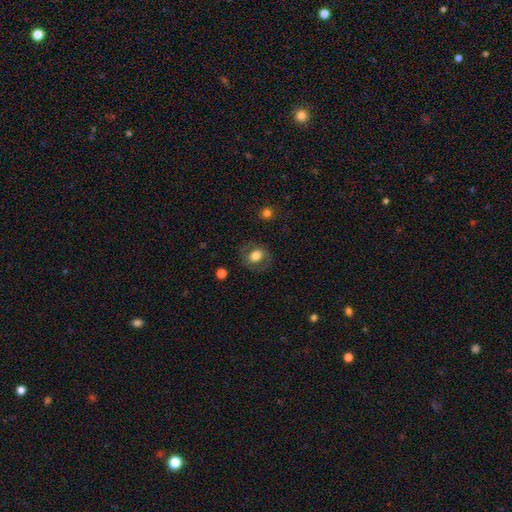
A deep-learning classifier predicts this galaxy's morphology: Overall: smooth (65%; featured or disk 26%). How rounded: round (55%; in between 44%). Merging: none (76%).